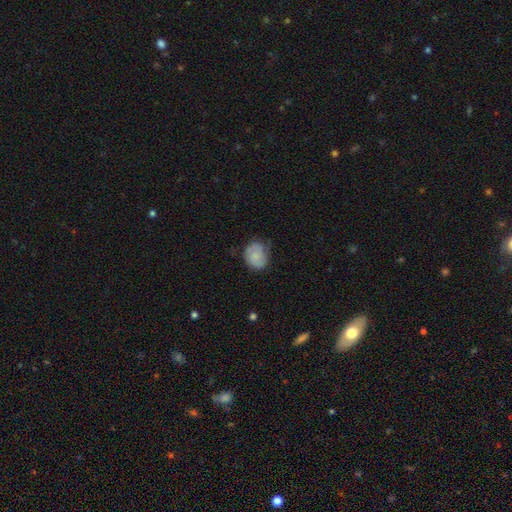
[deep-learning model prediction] smooth_or_featured: smooth (p=0.60) [alt: featured or disk p=0.33]
how_rounded: round (p=0.57) [alt: in between p=0.42]
merging: none (p=0.55) [alt: minor disturbance p=0.33]